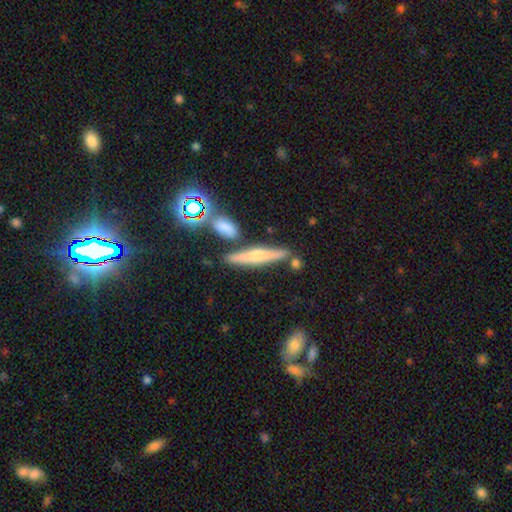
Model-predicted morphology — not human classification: Smooth or featured?
  - featured or disk: 51% *
  - smooth: 34%
  - star or artifact: 14%
Edge-on disk?
  - yes: 93% *
  - no: 7%
Merging?
  - none: 78% *
  - minor disturbance: 10%
  - merger: 9%
  - major disturbance: 3%